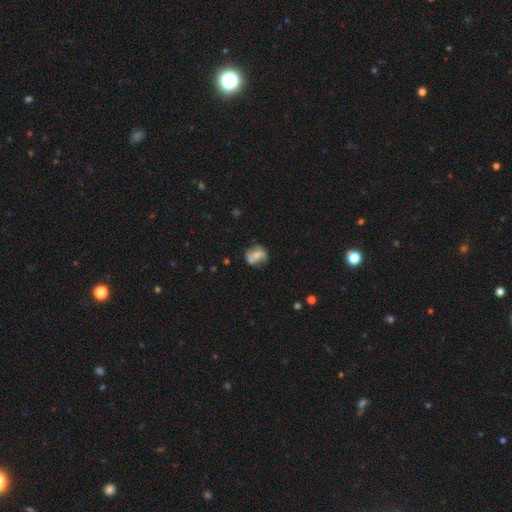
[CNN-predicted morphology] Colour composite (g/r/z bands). It shows a featured or disk galaxy (48%). Merging: none (51%).